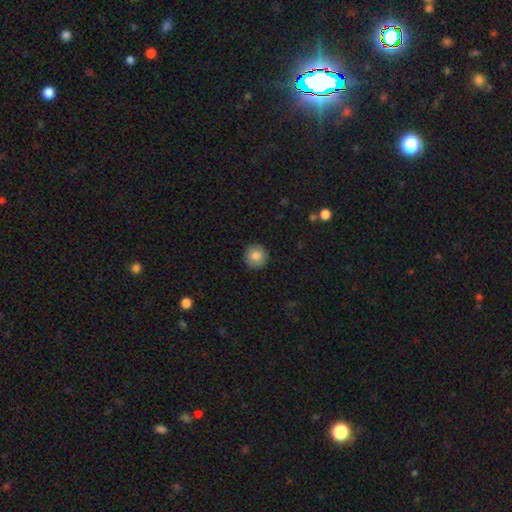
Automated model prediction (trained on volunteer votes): This is clearly a smooth galaxy (84%). How rounded: clearly round (94%). Merging: clearly none (90%).